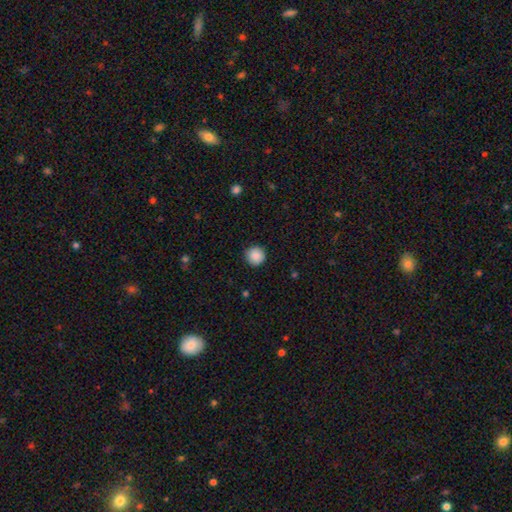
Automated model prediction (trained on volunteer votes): Smooth or featured: smooth — 88% (star or artifact — 8%)
How rounded: round — 96% (in between — 4%)
Merging: none — 91% (minor disturbance — 6%)